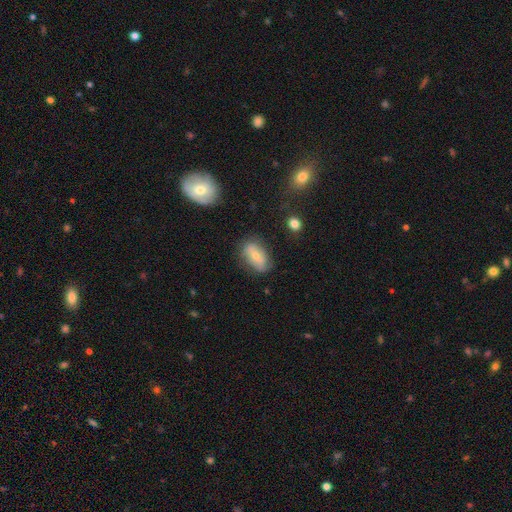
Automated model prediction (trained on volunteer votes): This appears to be a smooth galaxy with no disk features (49%). Merging: none (72%).